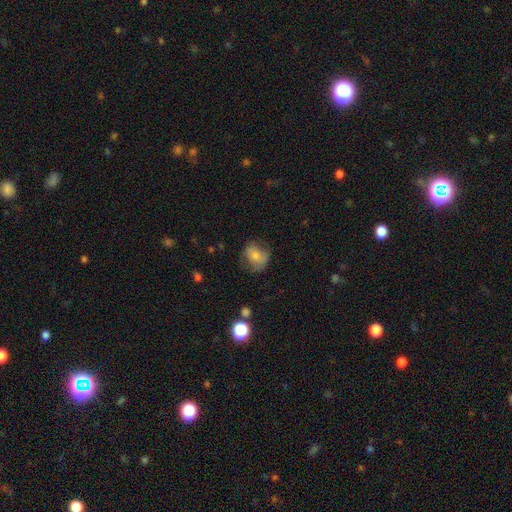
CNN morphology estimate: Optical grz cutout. It shows a smooth galaxy with no disk features (63%) that is round (61%). Merging: none (56%).